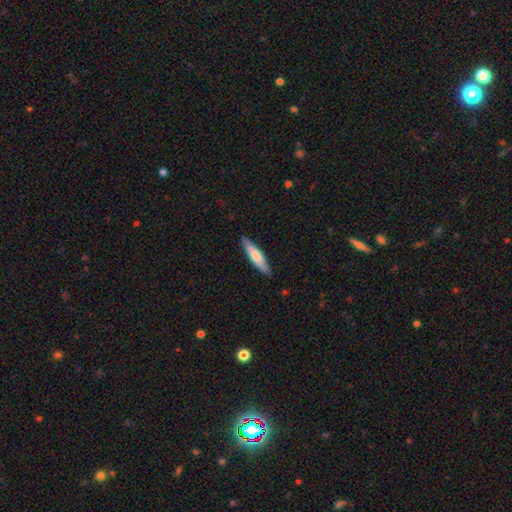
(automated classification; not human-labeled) Overall: smooth (65%; featured or disk 30%). How rounded: cigar-shaped (81%). Merging: none (87%).